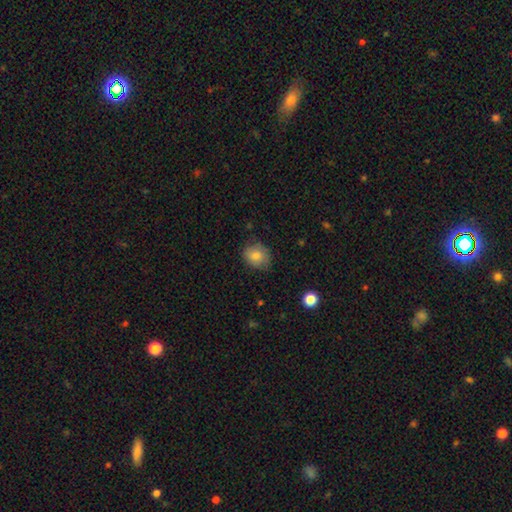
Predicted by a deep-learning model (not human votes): This is likely a smooth galaxy (80%). How rounded: likely round (68%). Merging: likely none (76%).